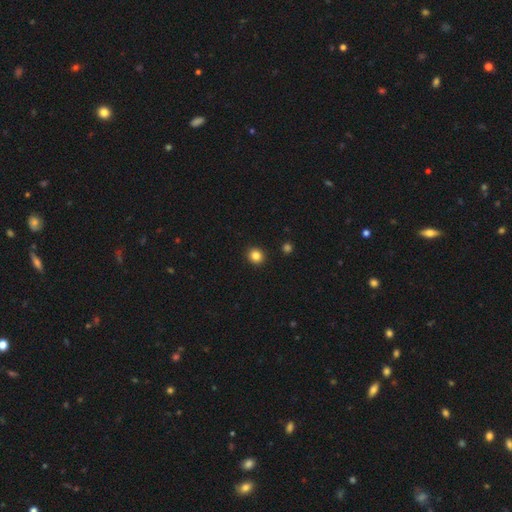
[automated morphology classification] Smooth or featured?
  - smooth: 84% *
  - star or artifact: 11%
  - featured or disk: 4%
How rounded?
  - round: 85% *
  - in between: 14%
  - cigar-shaped: 1%
Merging?
  - none: 92% *
  - minor disturbance: 5%
  - major disturbance: 2%
  - merger: 1%